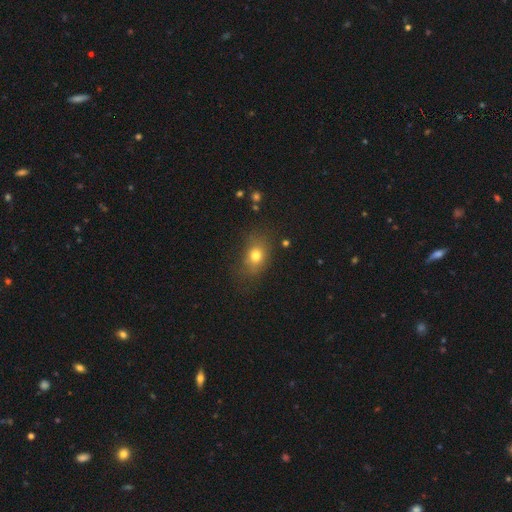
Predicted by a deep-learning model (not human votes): Smooth or featured: smooth — 75% (star or artifact — 13%)
How rounded: in between — 62% (round — 36%)
Merging: none — 69% (minor disturbance — 20%)